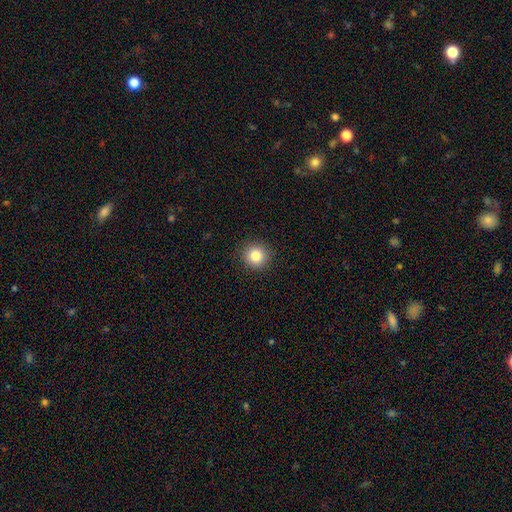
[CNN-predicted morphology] The model was most divided on "smooth or featured": smooth: 83%, star or artifact: 11%, featured or disk: 6%. More confident: how rounded — round (94%); merging — none (92%).